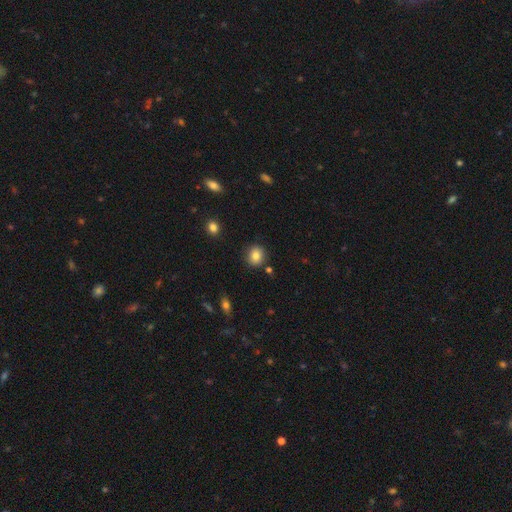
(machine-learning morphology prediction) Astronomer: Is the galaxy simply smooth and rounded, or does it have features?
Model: smooth — 82%.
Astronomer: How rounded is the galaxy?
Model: round — 85%.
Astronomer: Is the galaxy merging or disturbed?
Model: none — 87%.